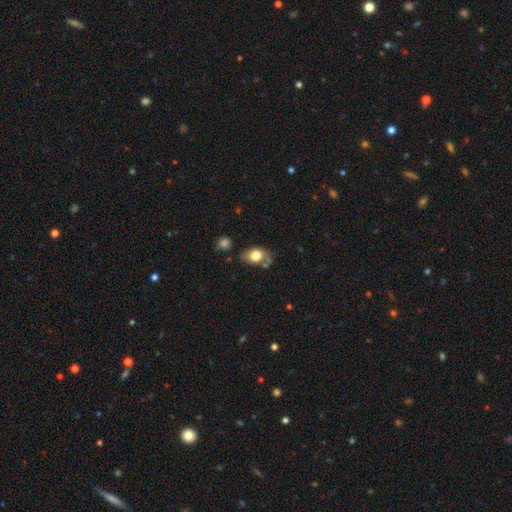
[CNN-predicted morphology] smooth-or-featured: smooth: 76% | featured or disk: 16% | star or artifact: 9%
  how-rounded: in between: 75% | round: 23% | cigar-shaped: 1%
  merging: none: 60% | minor disturbance: 22% | merger: 11% | major disturbance: 7%